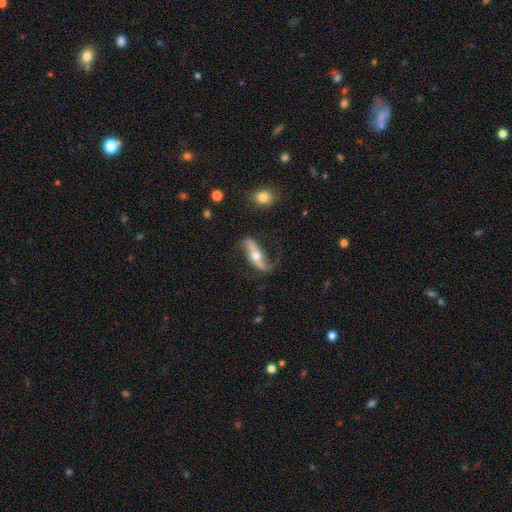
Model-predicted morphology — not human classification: Smooth or featured: featured or disk — 77% (smooth — 18%)
Edge-on disk: no — 69% (yes — 31%)
Bar: no — 48% (strong — 31%)
Spiral arms: yes — 88% (no — 12%)
Bulge size: moderate — 68% (small — 23%)
Merging: none — 68% (minor disturbance — 19%)